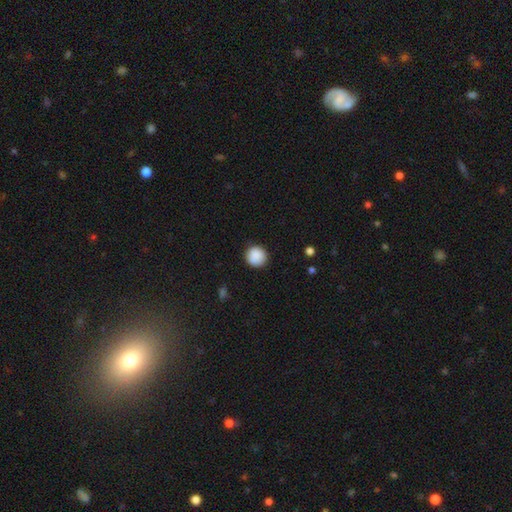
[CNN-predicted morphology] Q: Smooth or featured?
A: smooth (89%); runner-up: star or artifact (8%)
Q: How rounded?
A: round (94%); runner-up: in between (5%)
Q: Merging?
A: none (88%); runner-up: minor disturbance (8%)